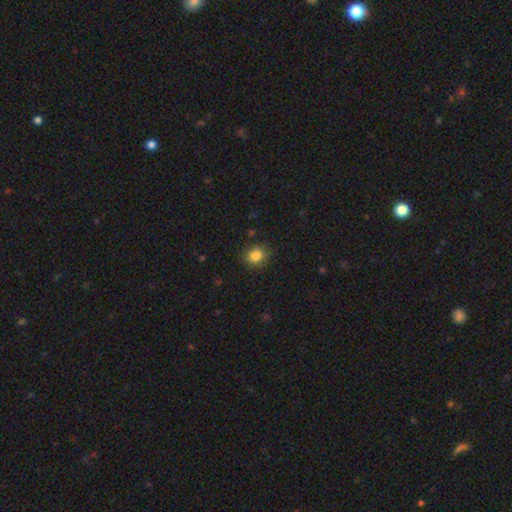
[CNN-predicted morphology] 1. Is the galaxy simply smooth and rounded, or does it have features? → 84% smooth, 11% star or artifact, 5% featured or disk.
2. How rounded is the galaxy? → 63% round, 36% in between, 1% cigar-shaped.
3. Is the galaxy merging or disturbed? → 87% none, 9% minor disturbance, 2% major disturbance, 1% merger.